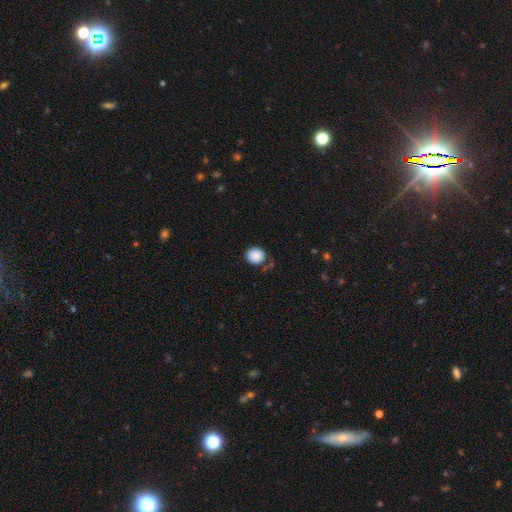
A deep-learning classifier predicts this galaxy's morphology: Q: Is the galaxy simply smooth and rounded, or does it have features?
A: smooth — 89%.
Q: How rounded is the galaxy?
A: round — 80%.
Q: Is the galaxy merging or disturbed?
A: none — 81%.